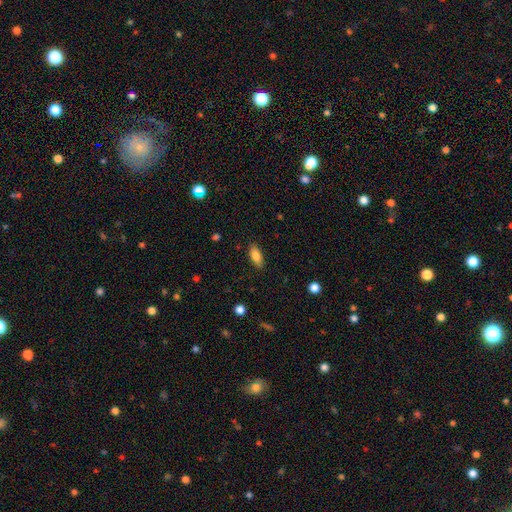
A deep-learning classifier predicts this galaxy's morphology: Q: Smooth or featured?
A: smooth (83%); runner-up: featured or disk (10%)
Q: How rounded?
A: in between (82%); runner-up: cigar-shaped (16%)
Q: Merging?
A: none (87%); runner-up: minor disturbance (10%)